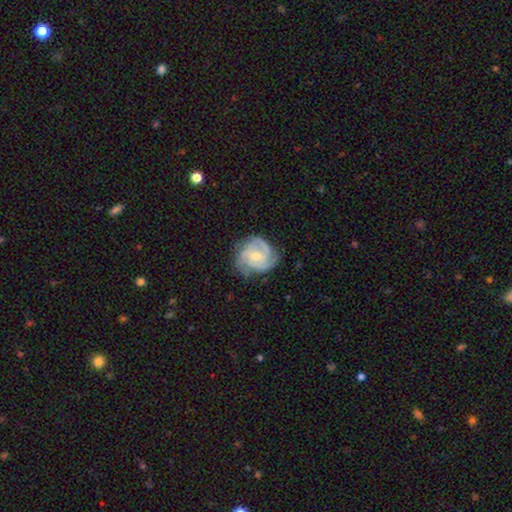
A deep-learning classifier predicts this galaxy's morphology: Smooth or featured? featured or disk (86%)
Edge-on disk? no (98%)
Bar? no (56%)
Spiral arms? yes (97%)
Spiral winding? tight (62%)
Spiral arm count? 3 (55%)
Bulge size? small (50%)
Merging? none (73%)